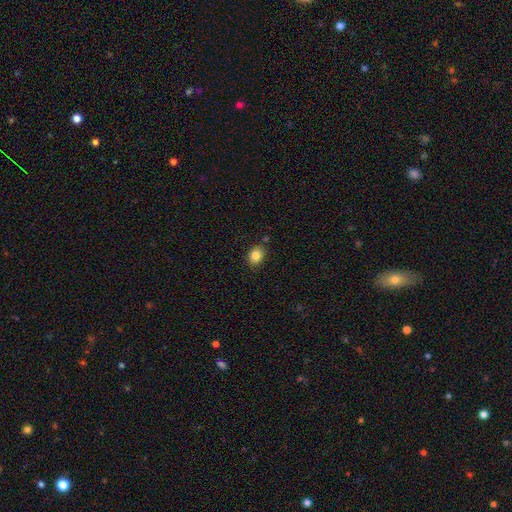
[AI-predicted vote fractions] A smooth galaxy with no disk features (85%) that is in between round and cigar-shaped (57%).

Vote fractions:
- Smooth or featured? smooth: 85% / star or artifact: 9% / featured or disk: 6%
- How rounded? in between: 57% / round: 42% / cigar-shaped: 1%
- Merging? none: 84% / minor disturbance: 11% / merger: 3% / major disturbance: 2%